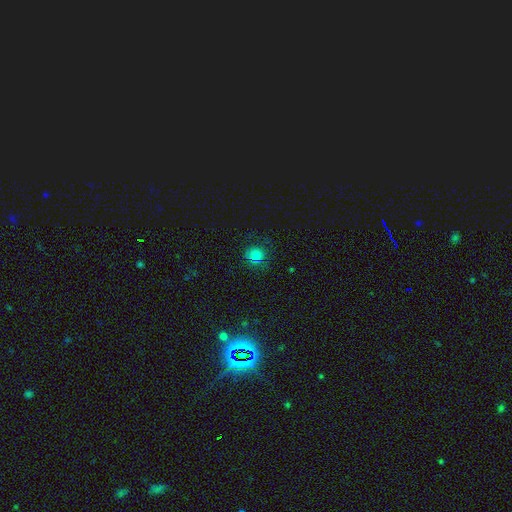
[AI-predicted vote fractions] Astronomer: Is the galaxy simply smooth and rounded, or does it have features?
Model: smooth — 79%.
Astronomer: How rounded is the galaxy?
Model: round — 88%.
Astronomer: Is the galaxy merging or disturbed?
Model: none — 78%.